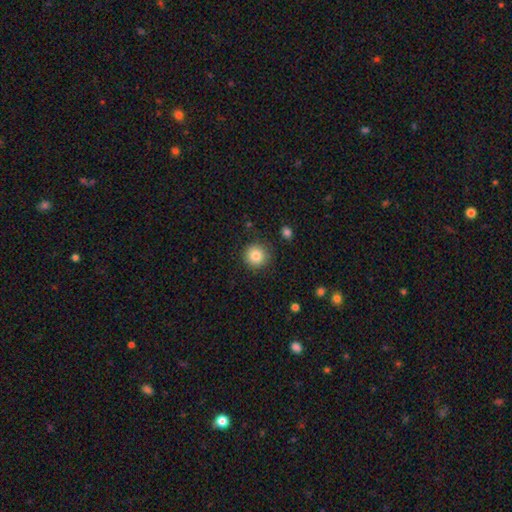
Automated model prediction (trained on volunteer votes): smooth 84%, star or artifact 10%, featured or disk 6%. Down the decision tree: how rounded — round (94%); merging — none (89%).